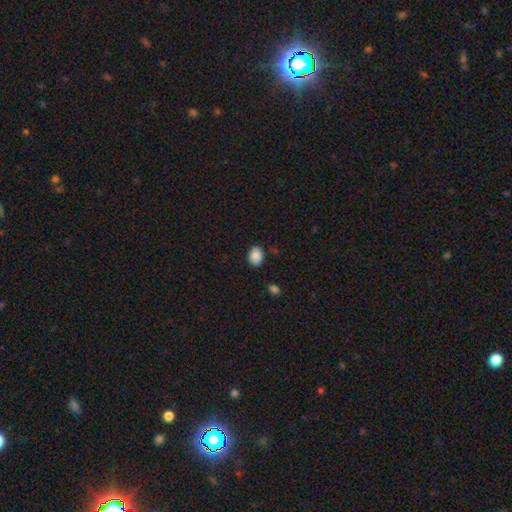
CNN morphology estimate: smooth-or-featured: smooth: 88% | star or artifact: 8% | featured or disk: 4%
  how-rounded: in between: 58% | round: 41% | cigar-shaped: 1%
  merging: none: 85% | minor disturbance: 11% | major disturbance: 2% | merger: 2%